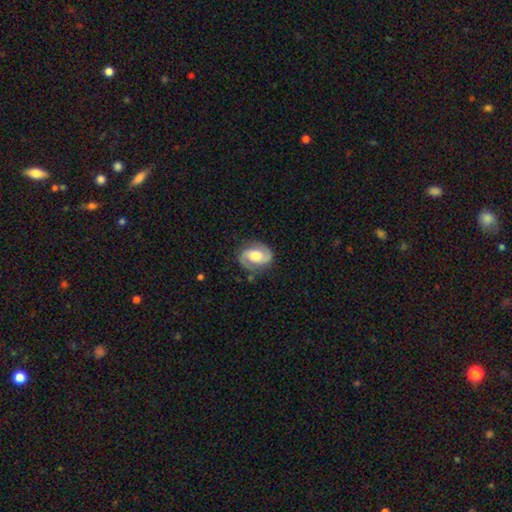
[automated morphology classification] A featured or disk galaxy (79%) with no bar (44%), 2 (92%) medium (51%) spiral arms (95%) and a moderate central bulge (54%).

Vote fractions:
- Smooth or featured? featured or disk: 79% / smooth: 15% / star or artifact: 6%
- Edge-on disk? no: 98% / yes: 2%
- Bar? no: 44% / weak: 40% / strong: 16%
- Spiral arms? yes: 95% / no: 5%
- Spiral winding? medium: 51% / tight: 28% / loose: 21%
- Spiral arm count? 2: 92% / can't tell: 3% / 1: 2% / 3: 1% / 4: 1% / more than 4: 1%
- Bulge size? moderate: 54% / large: 29% / small: 11% / none: 3% / dominant: 3%
- Merging? none: 79% / minor disturbance: 14% / major disturbance: 5% / merger: 2%